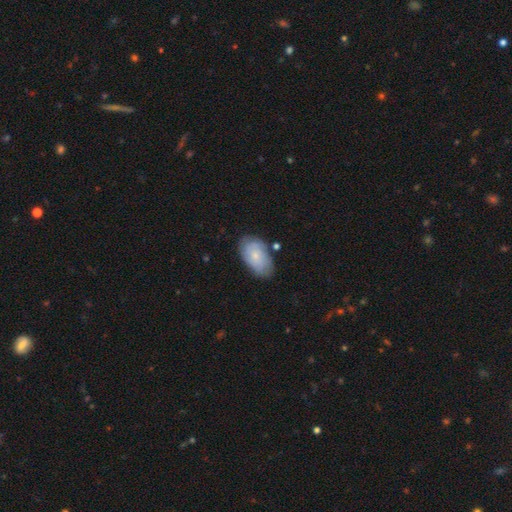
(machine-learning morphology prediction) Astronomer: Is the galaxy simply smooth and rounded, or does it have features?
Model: smooth — 54% (runner-up: featured or disk, 39%).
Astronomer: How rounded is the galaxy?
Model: in between — 92%.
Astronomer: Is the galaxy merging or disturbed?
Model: none — 71%.